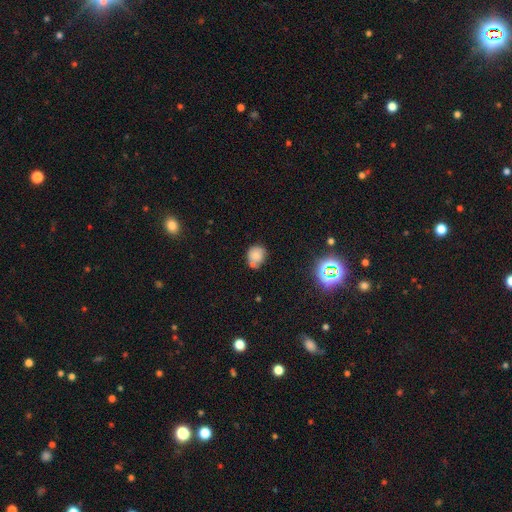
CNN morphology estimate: type=smooth (73%); roundness=round (76%); merging=none (54%).